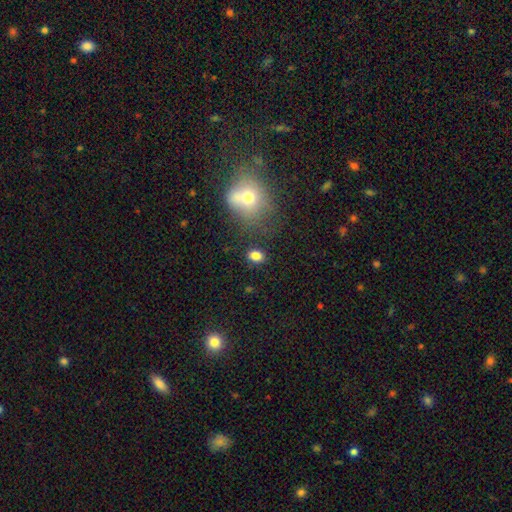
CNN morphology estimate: Smooth or featured: smooth — 83% (star or artifact — 11%)
How rounded: in between — 68% (round — 30%)
Merging: none — 81% (minor disturbance — 10%)